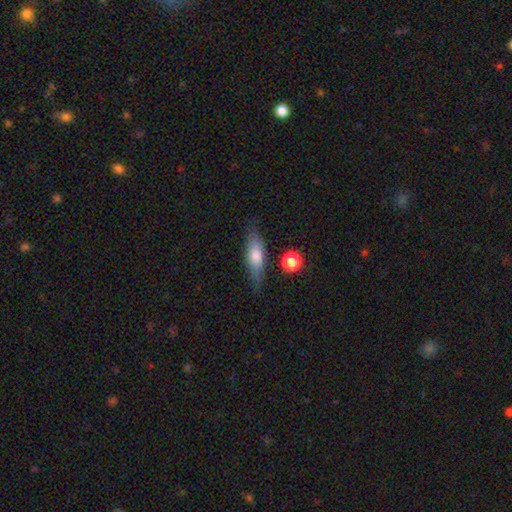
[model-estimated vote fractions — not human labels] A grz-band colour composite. It shows a smooth galaxy with no disk features (66%) that is in between round and cigar-shaped (54%). Merging: none (73%).